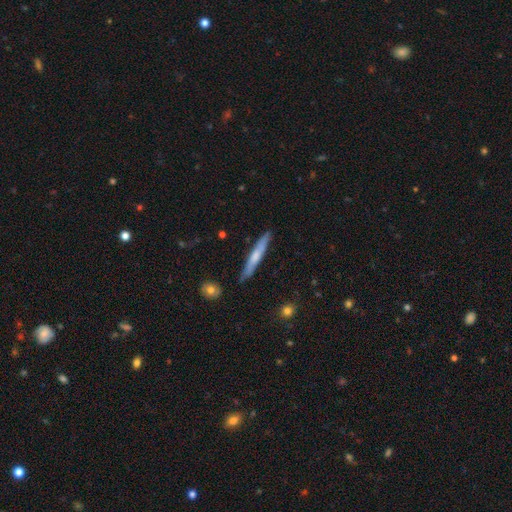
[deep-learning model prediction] This appears to be a smooth galaxy with no disk features (52%) that is cigar-shaped (95%). Merging: none (86%).